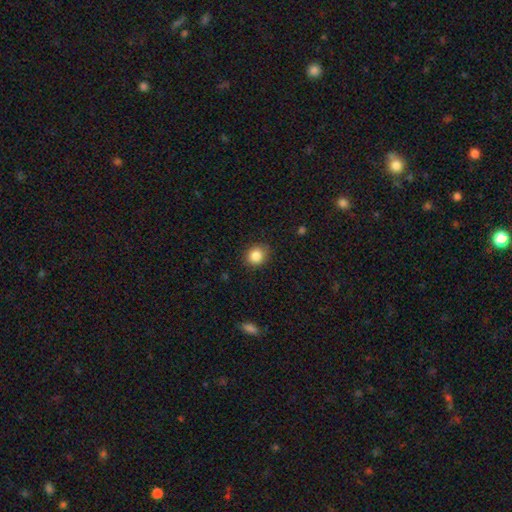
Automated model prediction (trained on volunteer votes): Morphology: type=smooth (86%); roundness=round (73%); merging=none (86%).